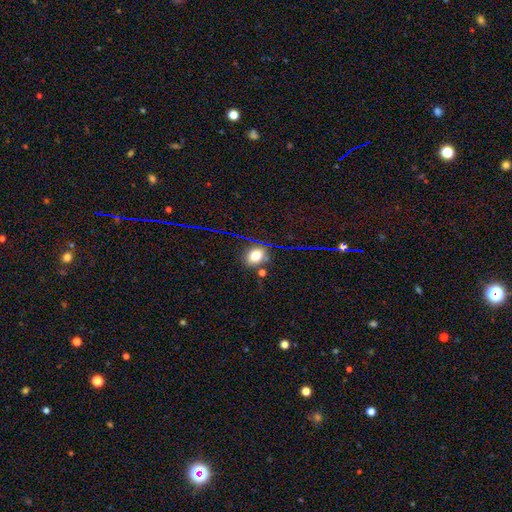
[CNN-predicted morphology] Smooth or featured? smooth (72%)
How rounded? in between (52%)
Merging? none (73%)